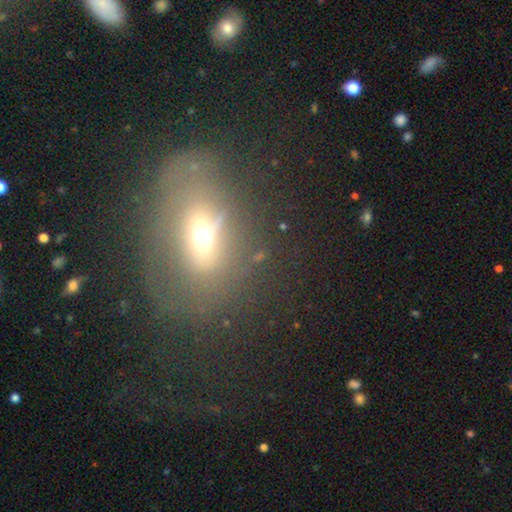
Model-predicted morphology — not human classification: smooth 44%, featured or disk 36%, star or artifact 21%. Down the decision tree: merging — none (52%).